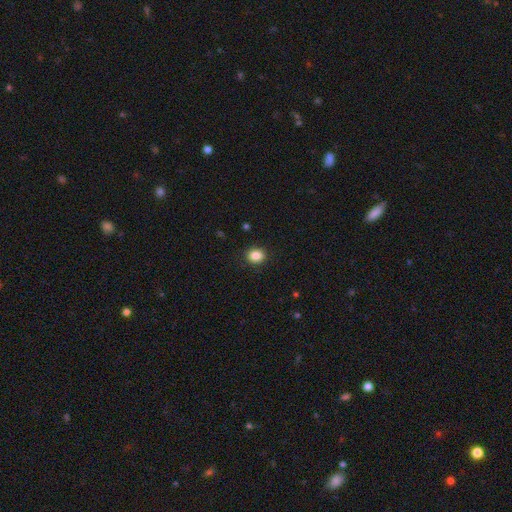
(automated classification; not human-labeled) Morphology: type=smooth (86%); roundness=round (73%); merging=none (91%).